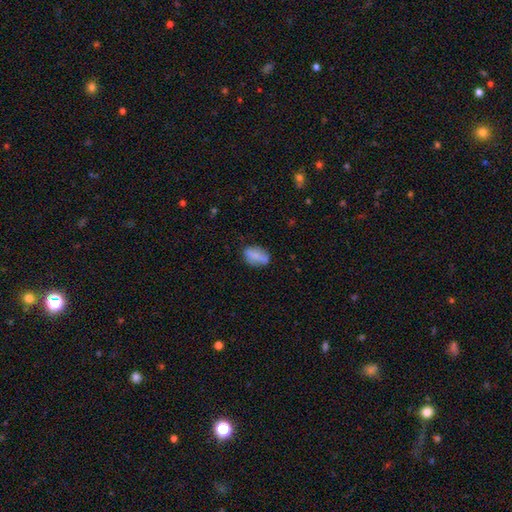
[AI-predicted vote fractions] Smooth or featured? Predicted: smooth (p=0.72). How rounded? Predicted: in between (p=0.84). Merging? Predicted: none (p=0.73).